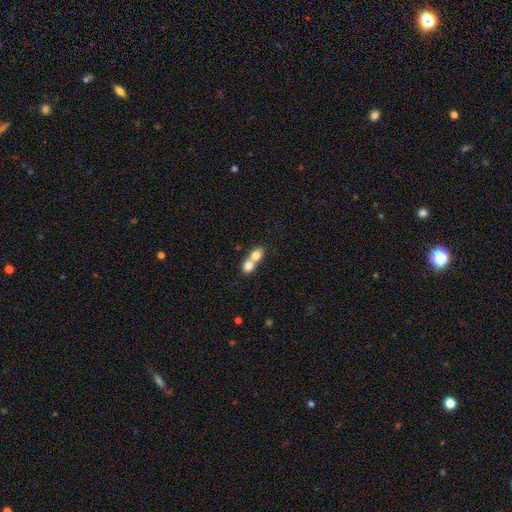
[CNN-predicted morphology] Smooth or featured?
  - smooth: 76% *
  - featured or disk: 16%
  - star or artifact: 8%
How rounded?
  - round: 55% *
  - in between: 43%
  - cigar-shaped: 2%
Merging?
  - merger: 73% *
  - none: 20%
  - minor disturbance: 4%
  - major disturbance: 2%